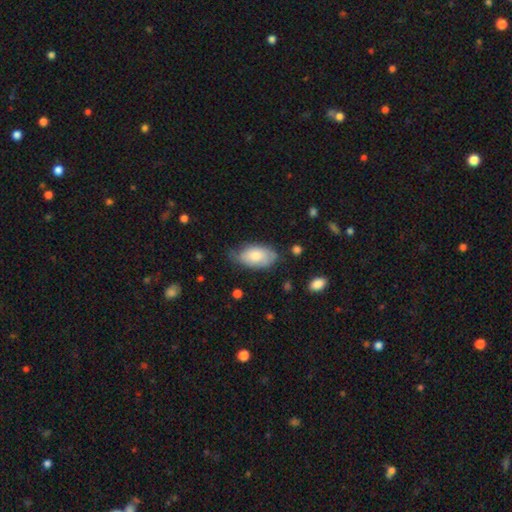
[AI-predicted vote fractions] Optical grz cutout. It shows a smooth galaxy with no disk features (76%) that is in between round and cigar-shaped (94%). Merging: none (58%).